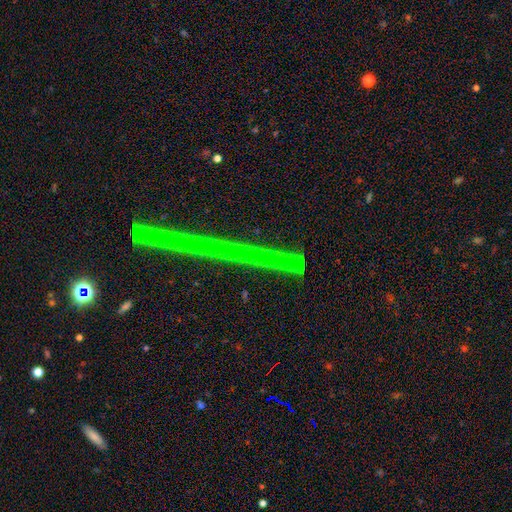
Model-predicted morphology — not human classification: Smooth or featured: star or artifact — 47% (featured or disk — 39%)